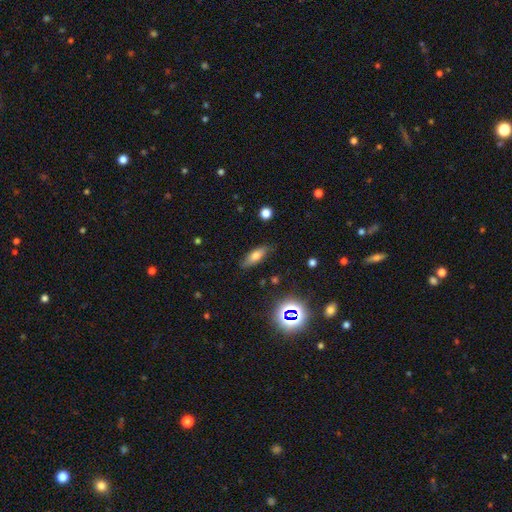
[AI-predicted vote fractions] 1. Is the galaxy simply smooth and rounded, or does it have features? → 67% smooth, 21% featured or disk, 12% star or artifact.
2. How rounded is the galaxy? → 67% in between, 29% cigar-shaped, 4% round.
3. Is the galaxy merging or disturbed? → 81% none, 14% minor disturbance, 3% major disturbance, 2% merger.